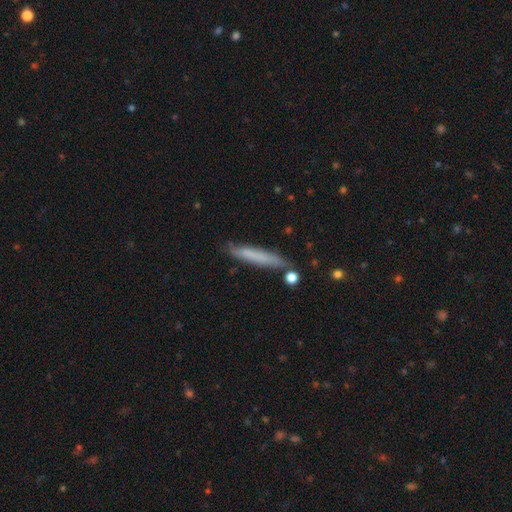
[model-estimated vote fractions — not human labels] Smooth or featured? Predicted: smooth (p=0.67). How rounded? Predicted: cigar-shaped (p=0.93). Merging? Predicted: none (p=0.79).